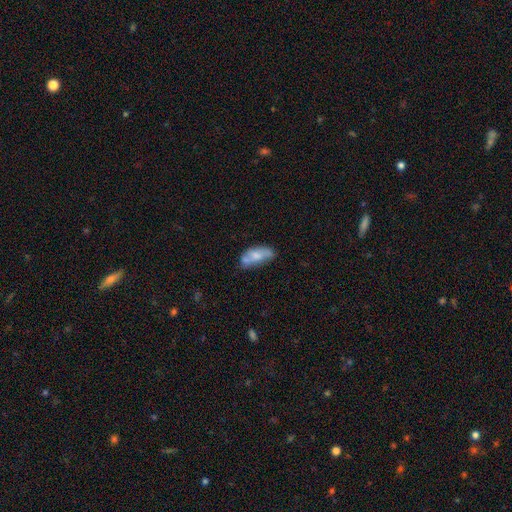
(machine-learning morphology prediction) smooth_or_featured: smooth (p=0.60) [alt: featured or disk p=0.33]
how_rounded: in between (p=0.82) [alt: cigar-shaped p=0.15]
merging: none (p=0.43) [alt: minor disturbance p=0.31]